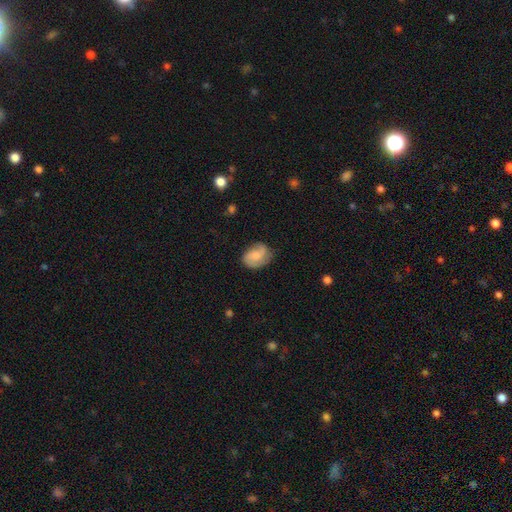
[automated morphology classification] A smooth galaxy with no disk features (50%).

Vote fractions:
- Smooth or featured? smooth: 50% / featured or disk: 43% / star or artifact: 7%
- Merging? none: 66% / minor disturbance: 25% / major disturbance: 8% / merger: 1%